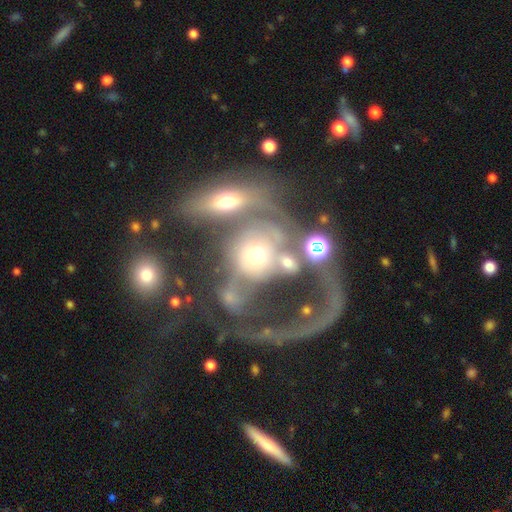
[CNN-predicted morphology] A featured or disk galaxy (54%) with no bar (77%), spiral arms (50%, tied with no) and a moderate central bulge (51%).

Vote fractions:
- Smooth or featured? featured or disk: 54% / smooth: 32% / star or artifact: 14%
- Edge-on disk? no: 92% / yes: 8%
- Bar? no: 77% / weak: 17% / strong: 7%
- Spiral arms? yes: 50% (tied) / no: 50% (tied)
- Bulge size? moderate: 51% / small: 23% / large: 15% / none: 6% / dominant: 5%
- Merging? merger: 64% / major disturbance: 21% / none: 10% / minor disturbance: 5%